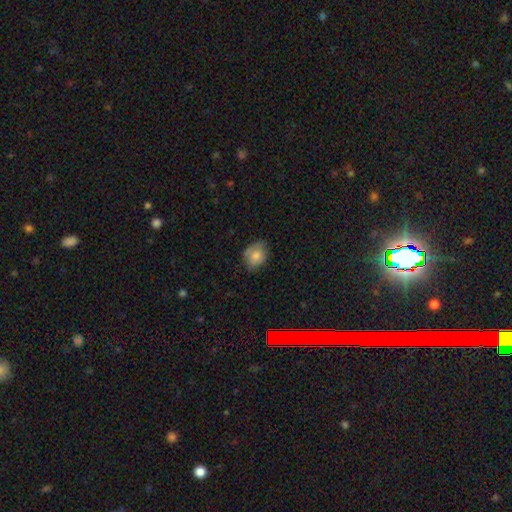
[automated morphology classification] This is likely a smooth galaxy (76%). How rounded: possibly round (50%). Merging: likely none (69%).